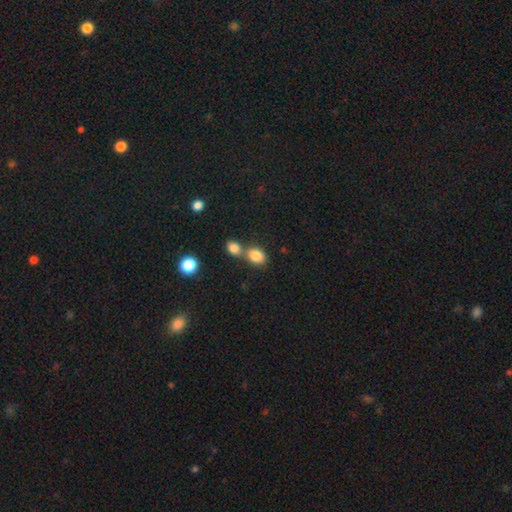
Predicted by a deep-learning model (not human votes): smooth_or_featured: smooth (p=0.84) [alt: star or artifact p=0.09]
how_rounded: in between (p=0.69) [alt: round p=0.30]
merging: merger (p=0.48) [alt: none p=0.41]